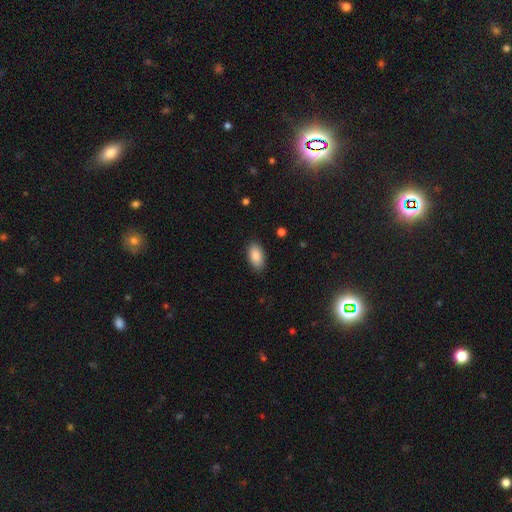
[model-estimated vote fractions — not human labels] This appears to be a smooth galaxy with no disk features (89%) that is in between round and cigar-shaped (94%). Merging: none (87%).